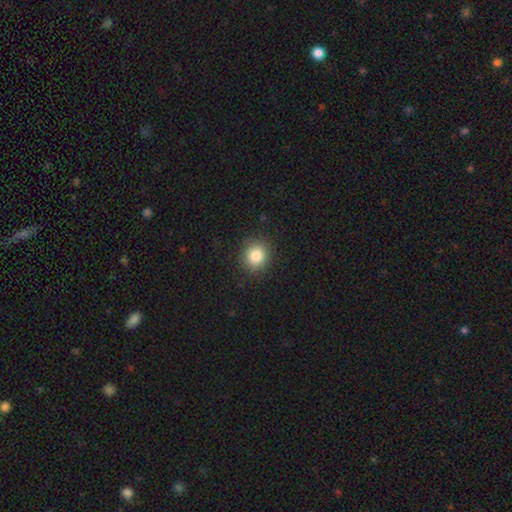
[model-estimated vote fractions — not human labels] Smooth or featured?
  - smooth: 84% *
  - star or artifact: 10%
  - featured or disk: 5%
How rounded?
  - round: 82% *
  - in between: 17%
  - cigar-shaped: 1%
Merging?
  - none: 89% *
  - minor disturbance: 8%
  - major disturbance: 2%
  - merger: 1%